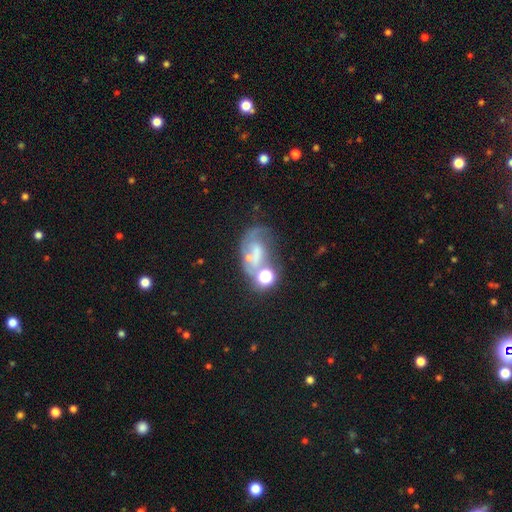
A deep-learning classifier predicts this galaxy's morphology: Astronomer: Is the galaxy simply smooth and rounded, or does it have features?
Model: featured or disk — 54%.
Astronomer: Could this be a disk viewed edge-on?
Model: no — 96%.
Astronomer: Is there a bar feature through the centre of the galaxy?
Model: no — 55% (runner-up: weak, 32%).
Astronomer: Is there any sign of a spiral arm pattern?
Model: yes — 66%.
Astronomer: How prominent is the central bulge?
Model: small — 43% (runner-up: none, 25%).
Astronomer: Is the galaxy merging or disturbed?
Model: none — 33% (runner-up: major disturbance, 26%).